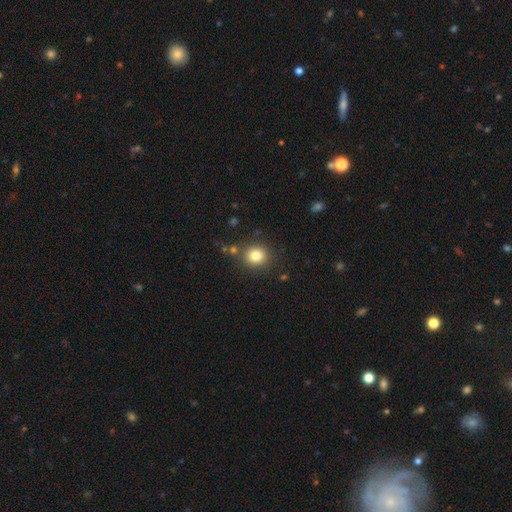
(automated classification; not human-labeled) Morphology: type=smooth (82%); roundness=round (85%); merging=none (84%).